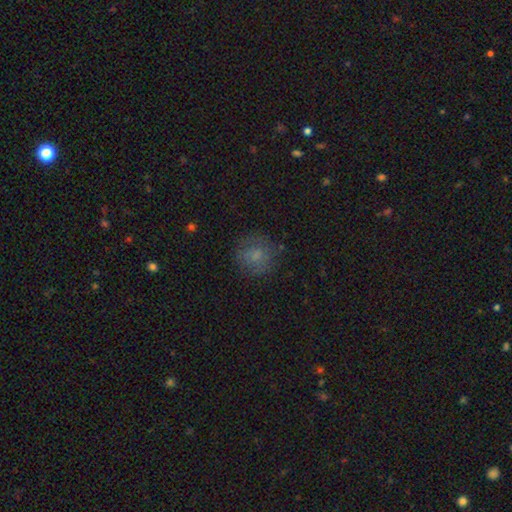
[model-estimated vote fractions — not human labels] Smooth or featured? Predicted: smooth (p=0.74). How rounded? Predicted: round (p=0.89). Merging? Predicted: none (p=0.77).